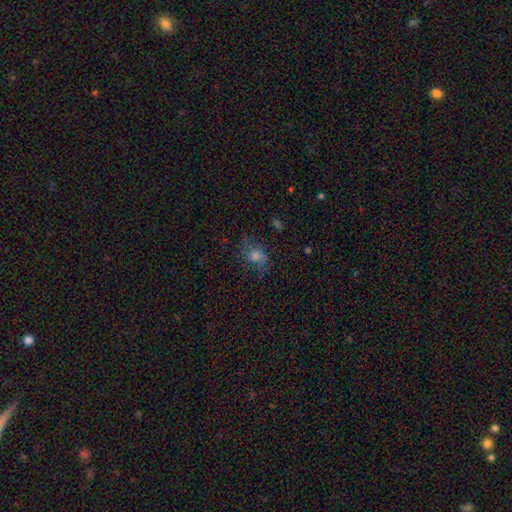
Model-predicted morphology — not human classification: type=smooth (57%); roundness=in between (52%); merging=none (67%).